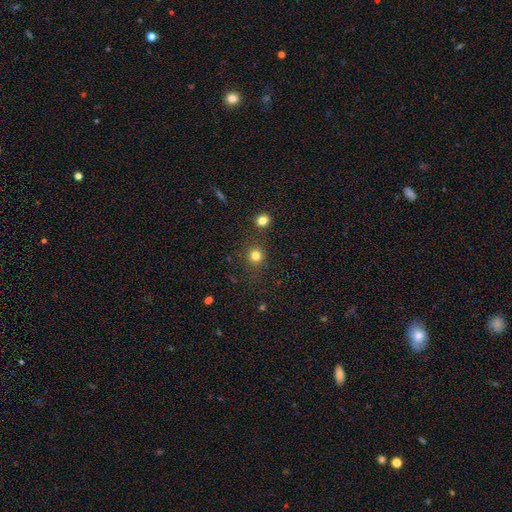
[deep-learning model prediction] A smooth galaxy with no disk features (80%) that is round (90%).

Vote fractions:
- Smooth or featured? smooth: 80% / star or artifact: 15% / featured or disk: 5%
- How rounded? round: 90% / in between: 9% / cigar-shaped: 1%
- Merging? none: 82% / minor disturbance: 8% / merger: 6% / major disturbance: 3%